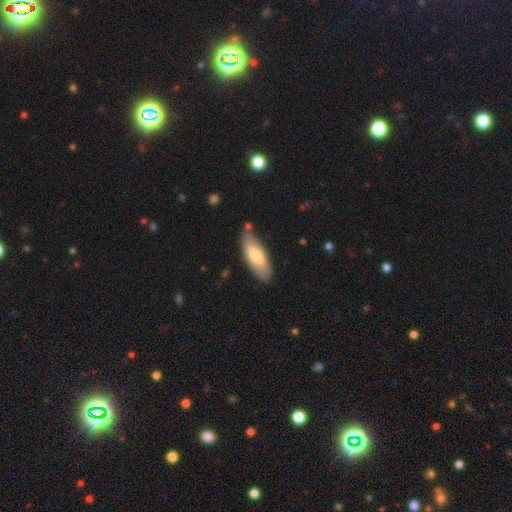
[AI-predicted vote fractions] smooth 69%, featured or disk 26%, star or artifact 5%. Down the decision tree: how rounded — in between (72%); merging — none (78%).